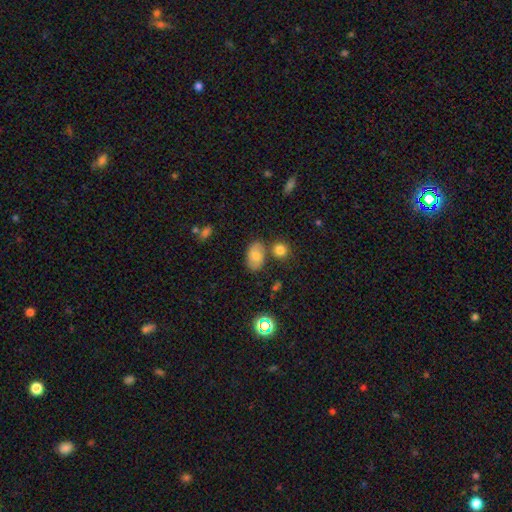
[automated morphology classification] Smooth or featured: smooth — 73% (featured or disk — 17%)
How rounded: in between — 87% (round — 12%)
Merging: none — 68% (minor disturbance — 15%)